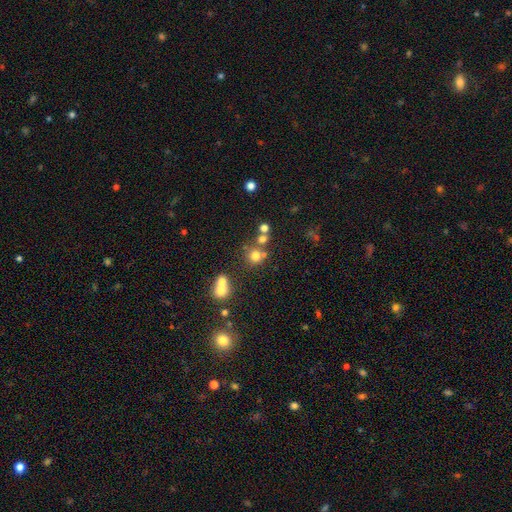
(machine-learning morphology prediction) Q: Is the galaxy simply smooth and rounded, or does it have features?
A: smooth — 70%.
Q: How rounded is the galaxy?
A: round — 88%.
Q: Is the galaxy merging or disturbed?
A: none — 61%.